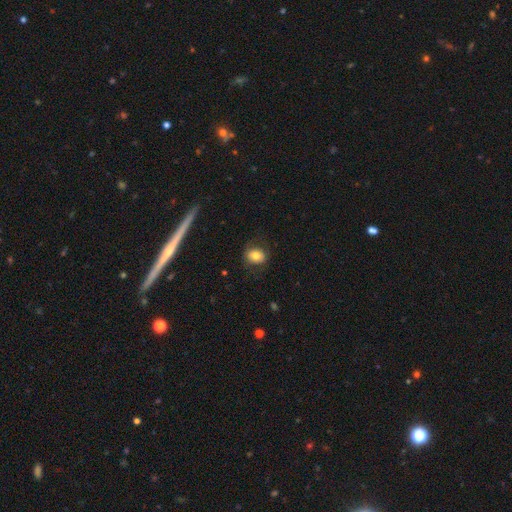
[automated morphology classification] This appears to be a smooth galaxy with no disk features (76%) that is round (56%). Merging: none (77%).